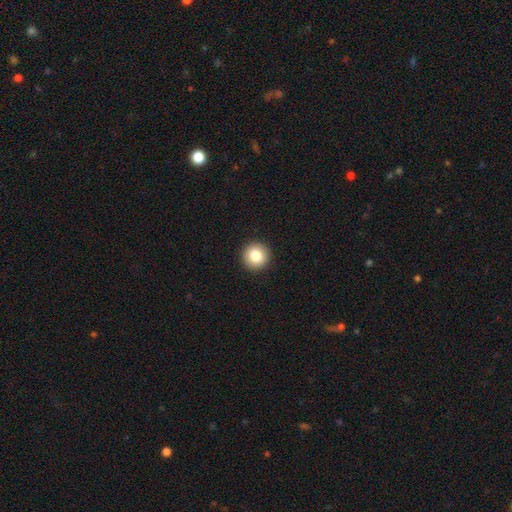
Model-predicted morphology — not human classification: Smooth or featured? Predicted: smooth (p=0.82). How rounded? Predicted: round (p=0.96). Merging? Predicted: none (p=0.94).